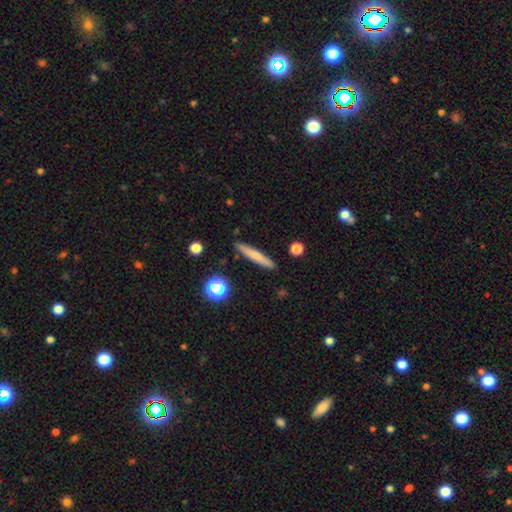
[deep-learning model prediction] Smooth or featured? smooth (66%)
How rounded? cigar-shaped (93%)
Merging? none (89%)